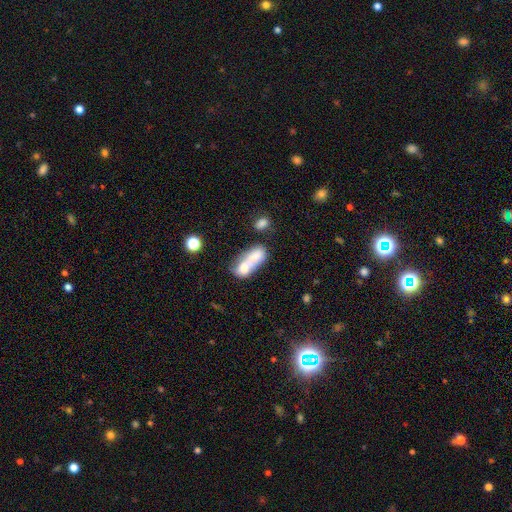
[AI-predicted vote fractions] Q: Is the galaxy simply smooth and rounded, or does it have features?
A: smooth — 66%.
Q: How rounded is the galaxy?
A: in between — 79%.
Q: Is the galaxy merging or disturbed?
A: merger — 69%.